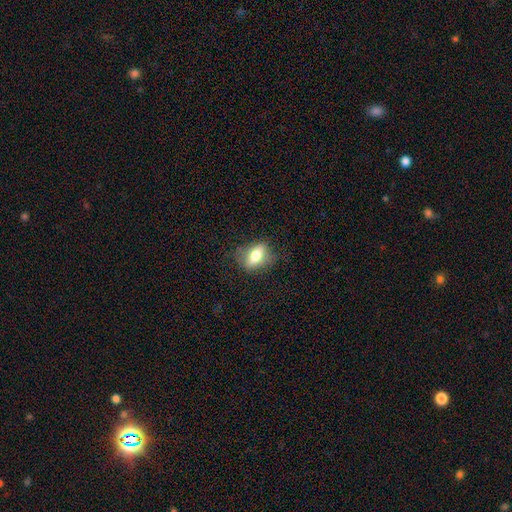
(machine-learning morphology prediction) Smooth or featured: smooth — 60% (featured or disk — 32%)
How rounded: in between — 74% (round — 13%)
Merging: none — 76% (minor disturbance — 17%)